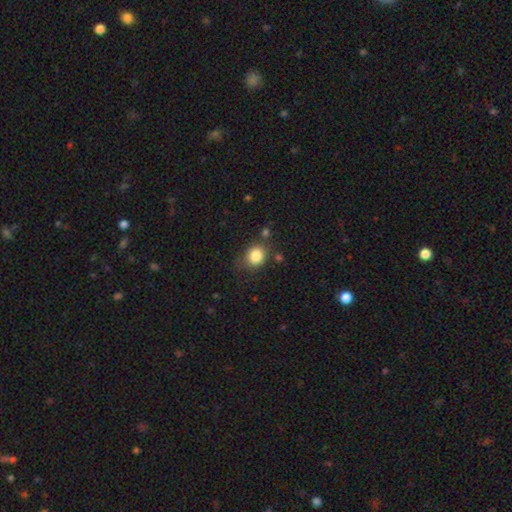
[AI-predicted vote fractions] This is clearly a smooth galaxy (84%). How rounded: likely round (69%). Merging: likely none (73%).